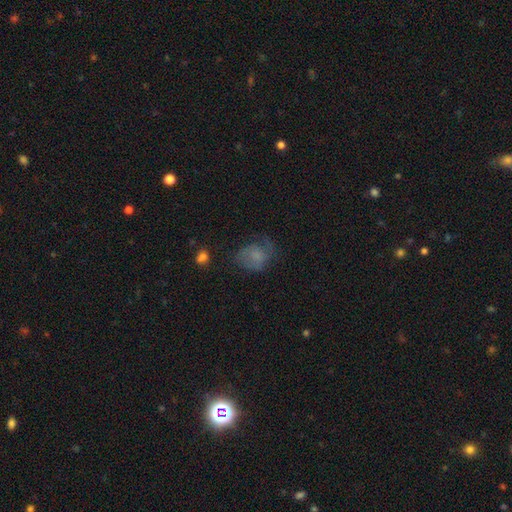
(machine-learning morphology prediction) Smooth or featured?
  - smooth: 53% *
  - featured or disk: 34%
  - star or artifact: 13%
How rounded?
  - round: 50% *
  - in between: 49%
  - cigar-shaped: 1%
Merging?
  - none: 42% *
  - major disturbance: 29%
  - minor disturbance: 27%
  - merger: 3%